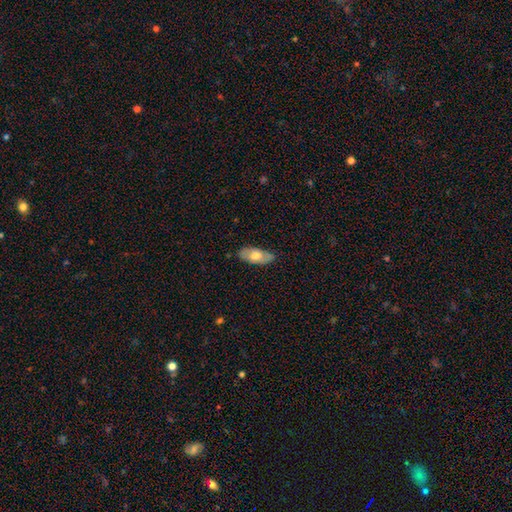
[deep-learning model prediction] Smooth or featured? Predicted: smooth (p=0.61). How rounded? Predicted: in between (p=0.90). Merging? Predicted: none (p=0.77).